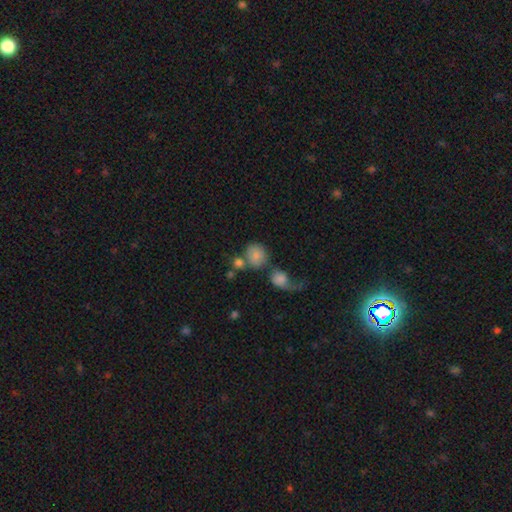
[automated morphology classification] smooth 76%, featured or disk 15%, star or artifact 10%. Down the decision tree: how rounded — round (78%); merging — none (39%).